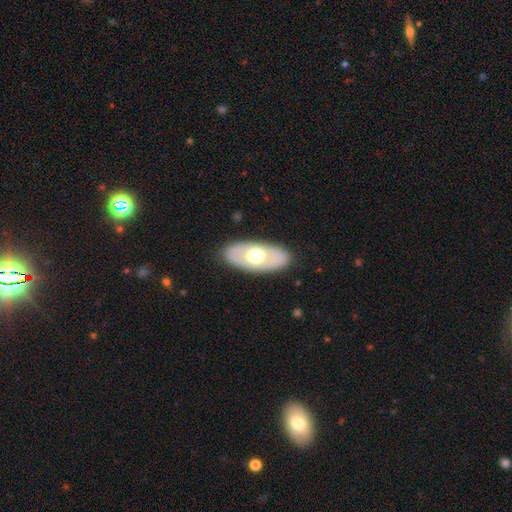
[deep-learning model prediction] This appears to be a smooth galaxy with no disk features (50%) that is in between round and cigar-shaped (90%). Merging: none (85%).